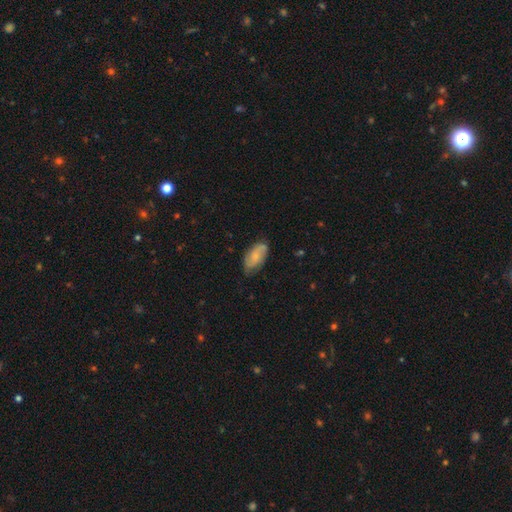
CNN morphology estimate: Overall: smooth (50%; featured or disk 44%). Merging: none (70%).